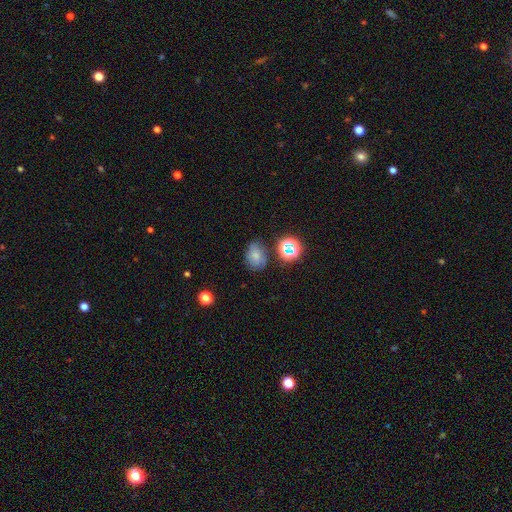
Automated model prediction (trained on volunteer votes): This appears to be a smooth galaxy with no disk features (65%) that is in between round and cigar-shaped (59%). Merging: none (66%).